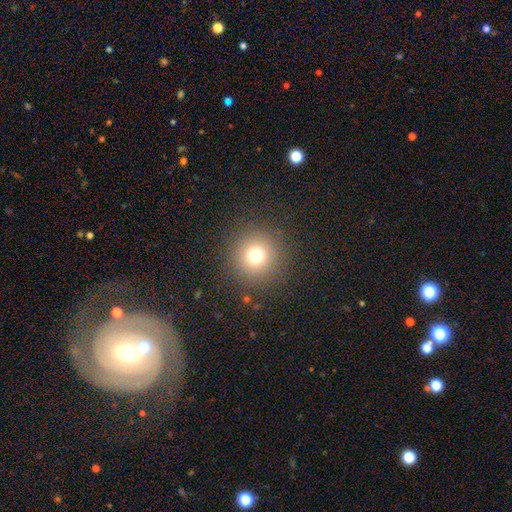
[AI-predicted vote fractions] Smooth or featured? smooth (71%)
How rounded? round (96%)
Merging? none (89%)